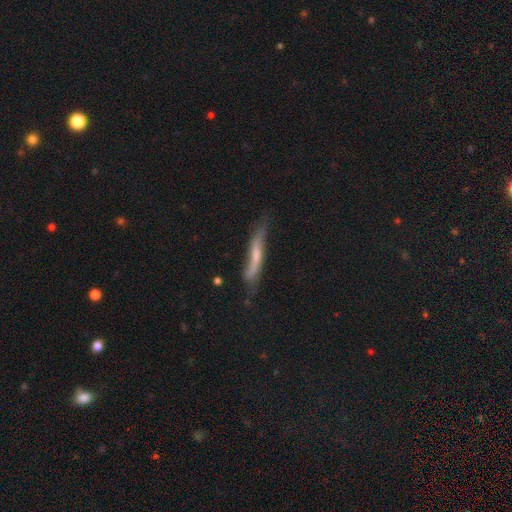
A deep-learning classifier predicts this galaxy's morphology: Smooth or featured? Predicted: featured or disk (p=0.55). Edge-on disk? Predicted: yes (p=0.67). Merging? Predicted: none (p=0.54).